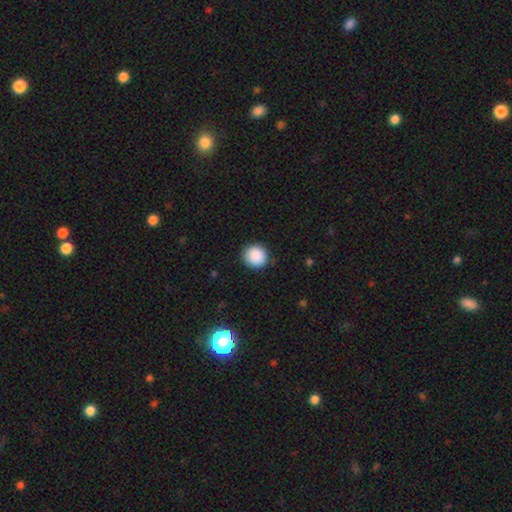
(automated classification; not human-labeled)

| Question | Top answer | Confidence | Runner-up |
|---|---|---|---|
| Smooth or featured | smooth | 89% | star or artifact (8%) |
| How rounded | round | 87% | in between (12%) |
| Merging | none | 87% | minor disturbance (9%) |